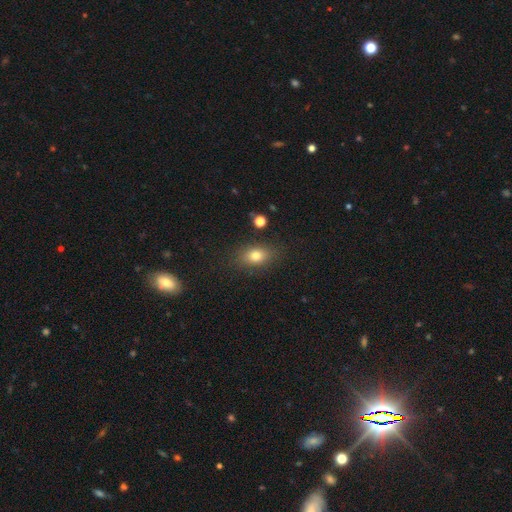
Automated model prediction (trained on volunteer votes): Q: Smooth or featured?
A: smooth (78%); runner-up: star or artifact (11%)
Q: How rounded?
A: in between (77%); runner-up: round (19%)
Q: Merging?
A: none (84%); runner-up: minor disturbance (11%)